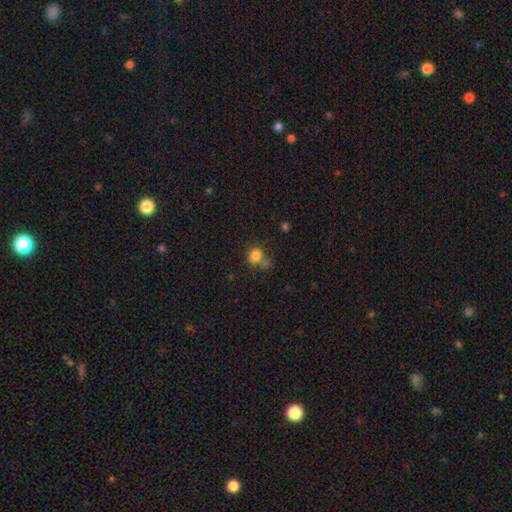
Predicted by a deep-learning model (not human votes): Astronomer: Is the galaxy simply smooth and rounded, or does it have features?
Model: smooth — 81%.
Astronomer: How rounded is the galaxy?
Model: round — 73%.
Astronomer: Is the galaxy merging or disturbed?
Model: none — 50%.